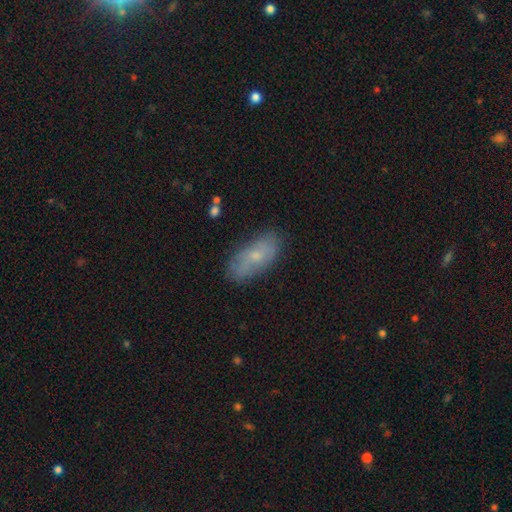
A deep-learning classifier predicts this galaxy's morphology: The model was most divided on "smooth or featured": smooth: 57%, featured or disk: 35%, star or artifact: 8%. More confident: how rounded — in between (86%); merging — none (76%).